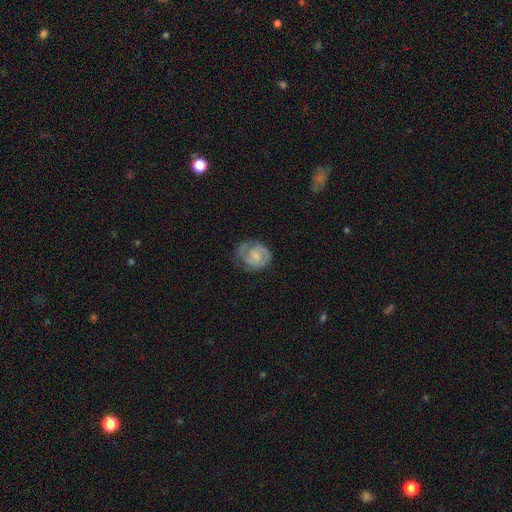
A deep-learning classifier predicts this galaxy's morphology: Smooth or featured?
  - featured or disk: 60% *
  - smooth: 34%
  - star or artifact: 7%
Edge-on disk?
  - no: 98% *
  - yes: 2%
Bar?
  - no: 62% *
  - weak: 33%
  - strong: 5%
Spiral arms?
  - yes: 86% *
  - no: 14%
Spiral winding?
  - tight: 46% *
  - medium: 41%
  - loose: 13%
Spiral arm count?
  - 2: 62% *
  - can't tell: 18%
  - 1: 11%
  - 3: 6%
  - 4: 2%
  - more than 4: 2%
Bulge size?
  - none: 31% *
  - small: 30%
  - moderate: 29%
  - large: 9%
  - dominant: 2%
Merging?
  - none: 60% *
  - minor disturbance: 25%
  - major disturbance: 13%
  - merger: 1%